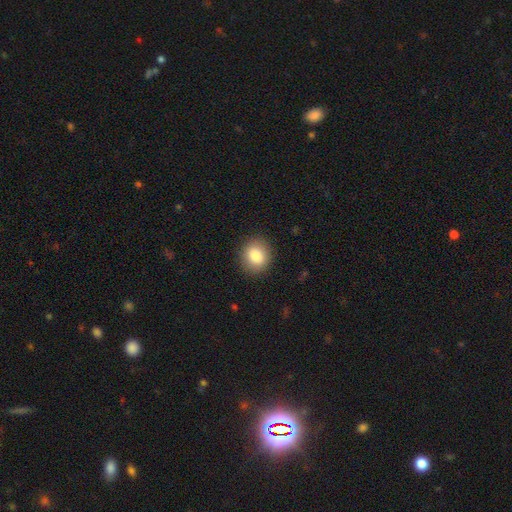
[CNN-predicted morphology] Smooth or featured: smooth — 83% (star or artifact — 9%)
How rounded: round — 76% (in between — 23%)
Merging: none — 89% (minor disturbance — 7%)